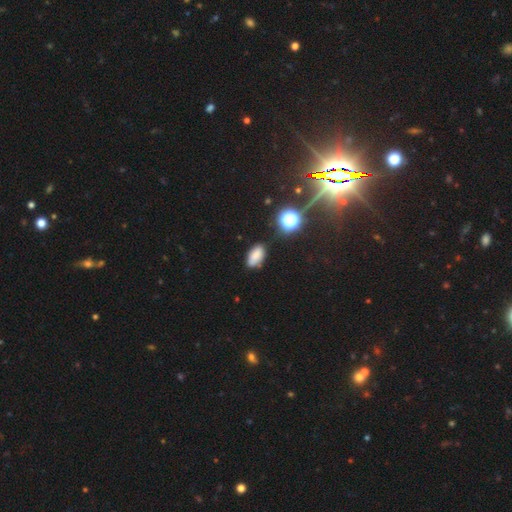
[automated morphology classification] The model was most divided on "merging": none: 72%, minor disturbance: 21%, major disturbance: 4%, merger: 4%. More confident: how rounded — in between (91%); smooth or featured — smooth (78%).